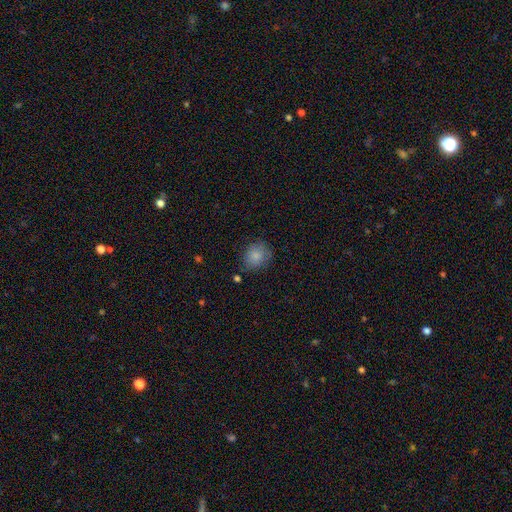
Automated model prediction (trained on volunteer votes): A smooth galaxy with no disk features (85%) that is round (60%). Merging: none (75%).